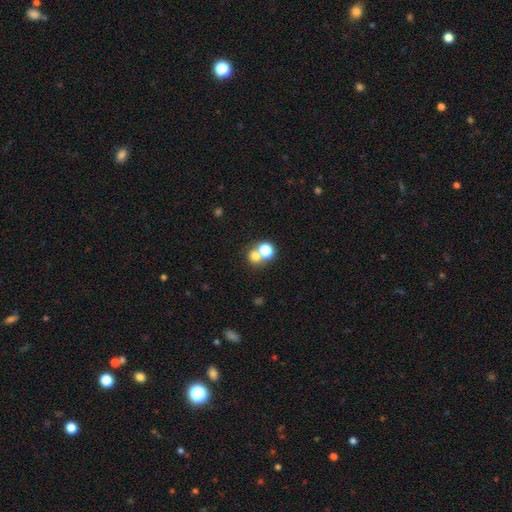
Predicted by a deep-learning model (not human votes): A smooth galaxy with no disk features (67%) that is round (78%).

Vote fractions:
- Smooth or featured? smooth: 67% / star or artifact: 22% / featured or disk: 11%
- How rounded? round: 78% / in between: 21% / cigar-shaped: 1%
- Merging? none: 49% / merger: 41% / minor disturbance: 6% / major disturbance: 4%